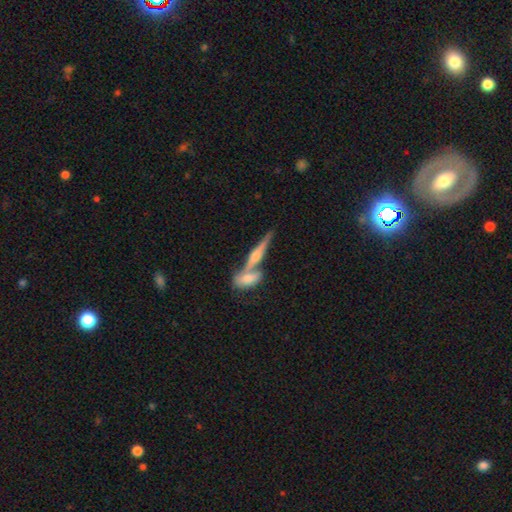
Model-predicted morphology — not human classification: This is likely a featured or disk galaxy (61%). It is clearly viewed edge-on (91%). Edge-on bulge: clearly rounded (84%). Merging: possibly none (47%).